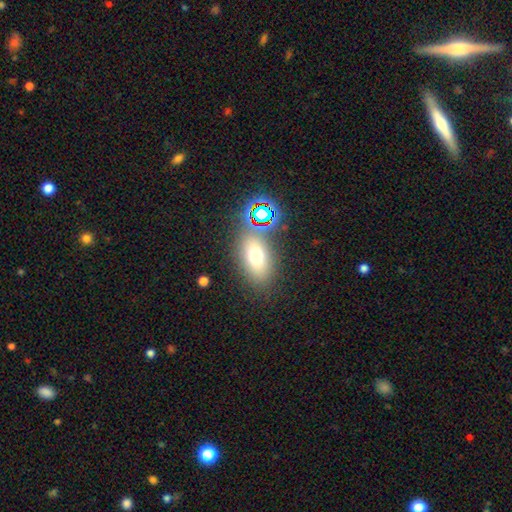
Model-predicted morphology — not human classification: Smooth or featured? Predicted: smooth (p=0.63). How rounded? Predicted: in between (p=0.76). Merging? Predicted: none (p=0.78).